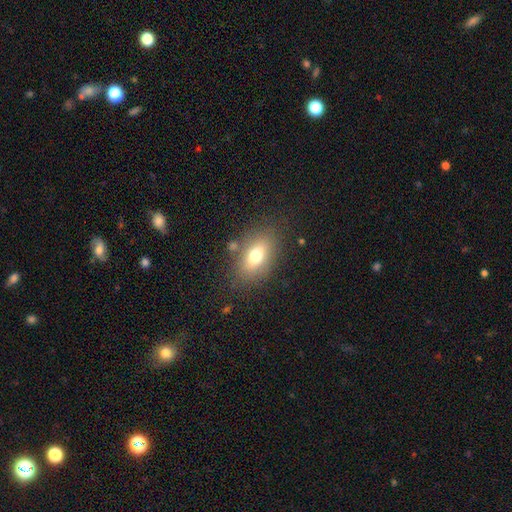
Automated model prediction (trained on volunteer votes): smooth 72%, featured or disk 17%, star or artifact 11%. Down the decision tree: how rounded — in between (82%); merging — none (79%).